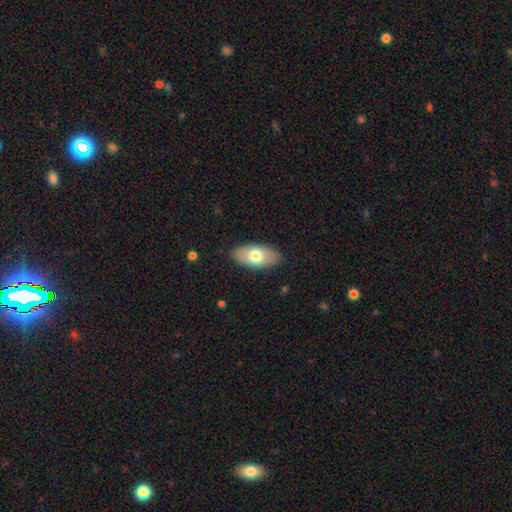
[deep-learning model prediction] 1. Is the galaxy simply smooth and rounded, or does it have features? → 67% smooth, 27% featured or disk, 5% star or artifact.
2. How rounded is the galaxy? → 93% in between, 4% cigar-shaped, 3% round.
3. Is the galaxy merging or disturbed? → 87% none, 10% minor disturbance, 2% major disturbance, 1% merger.